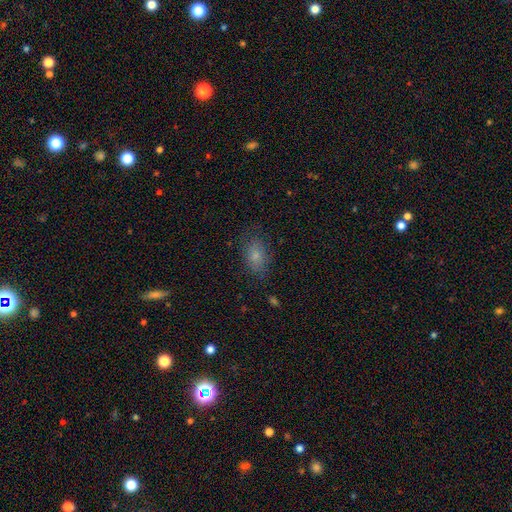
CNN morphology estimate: Overall: smooth (76%). How rounded: in between (86%). Merging: none (74%).